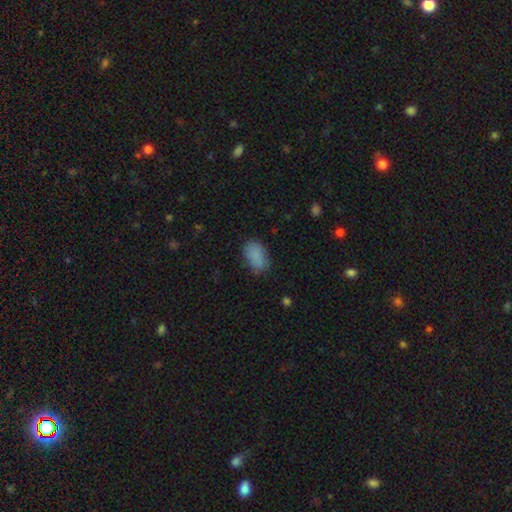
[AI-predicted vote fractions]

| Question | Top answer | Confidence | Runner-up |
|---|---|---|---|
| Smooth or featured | smooth | 86% | star or artifact (9%) |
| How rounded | in between | 91% | round (7%) |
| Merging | none | 74% | minor disturbance (20%) |